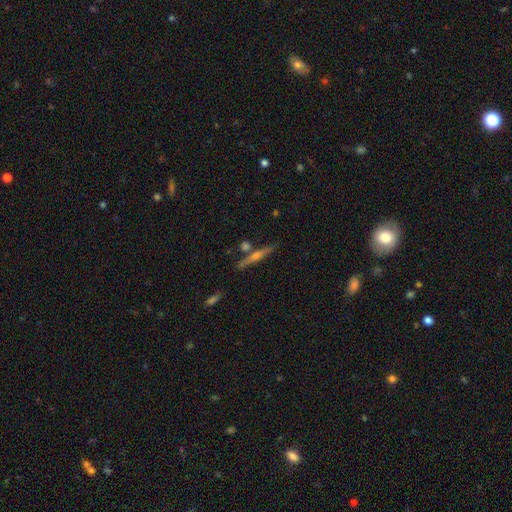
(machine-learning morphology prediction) Smooth or featured: featured or disk — 64% (smooth — 27%)
Edge-on disk: yes — 96% (no — 4%)
Edge-on bulge: rounded — 72% (none — 19%)
Merging: none — 79% (minor disturbance — 9%)